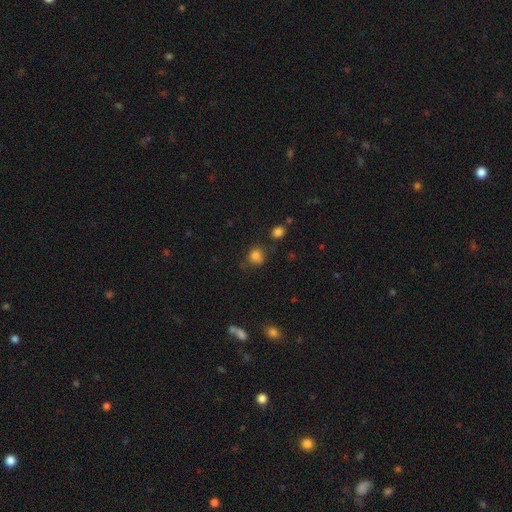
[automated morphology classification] The model was most divided on "merging": none: 60%, minor disturbance: 24%, major disturbance: 9%, merger: 7%. More confident: smooth or featured — smooth (78%); how rounded — round (71%).